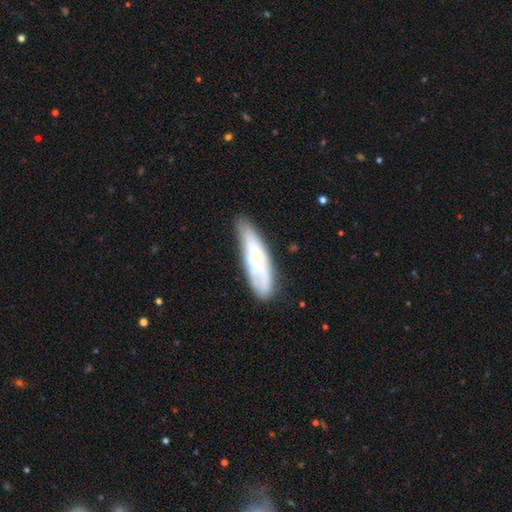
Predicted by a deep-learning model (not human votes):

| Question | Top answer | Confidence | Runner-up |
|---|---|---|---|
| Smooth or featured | smooth | 50% | featured or disk (42%) |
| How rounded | cigar-shaped | 67% | in between (31%) |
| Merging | none | 69% | minor disturbance (22%) |